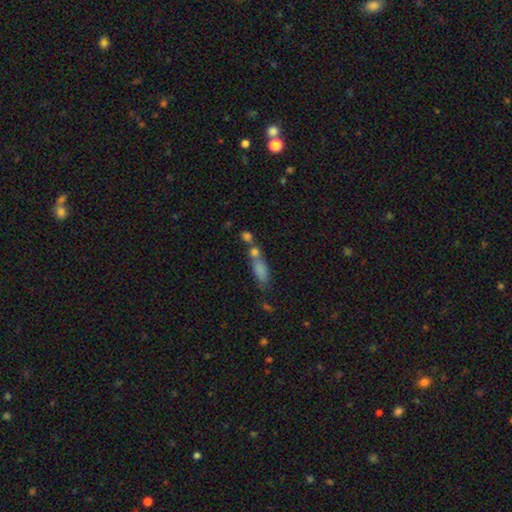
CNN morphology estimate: Smooth or featured? smooth (62%)
How rounded? in between (52%)
Merging? none (45%)